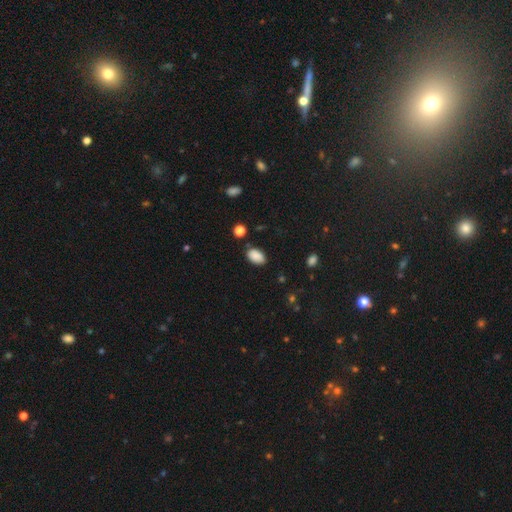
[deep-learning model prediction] smooth 87%, star or artifact 8%, featured or disk 5%. Down the decision tree: how rounded — in between (92%); merging — none (80%).